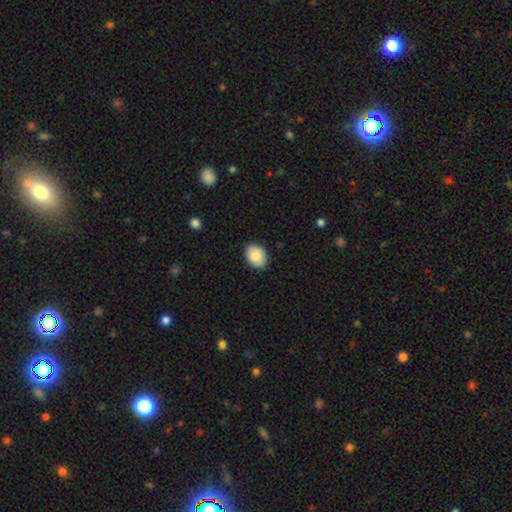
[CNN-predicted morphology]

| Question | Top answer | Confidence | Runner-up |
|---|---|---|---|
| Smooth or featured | smooth | 86% | featured or disk (8%) |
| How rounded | in between | 69% | round (30%) |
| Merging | none | 85% | minor disturbance (12%) |